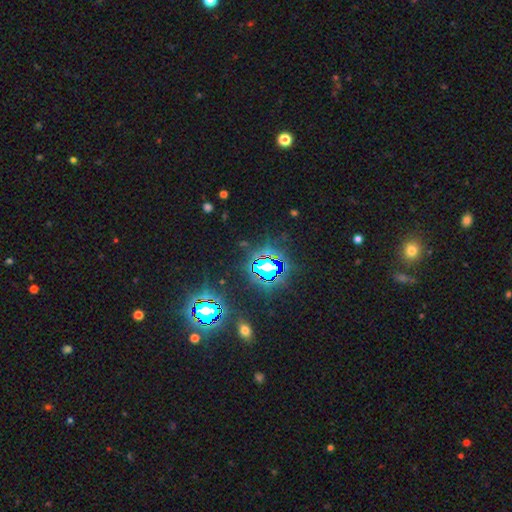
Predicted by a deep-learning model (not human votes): smooth-or-featured: star or artifact: 83% | smooth: 10% | featured or disk: 7%